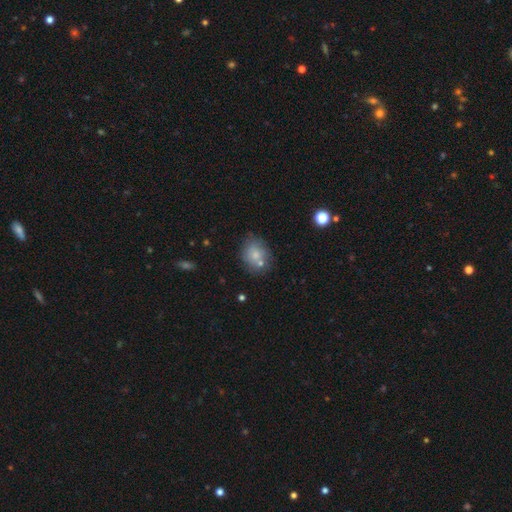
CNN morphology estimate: Q: Smooth or featured?
A: smooth (74%); runner-up: featured or disk (16%)
Q: How rounded?
A: round (58%); runner-up: in between (41%)
Q: Merging?
A: none (60%); runner-up: minor disturbance (18%)